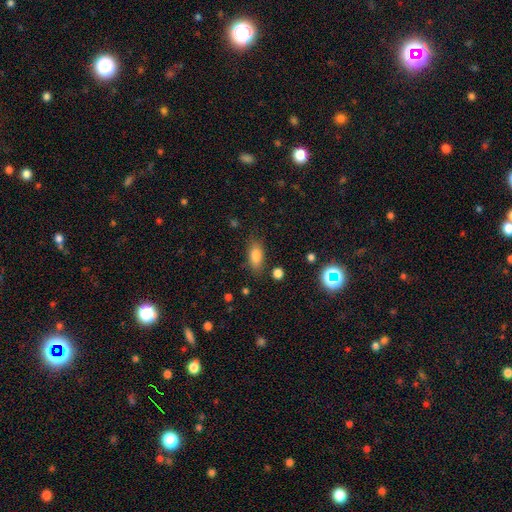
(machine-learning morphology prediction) This appears to be a smooth galaxy with no disk features (80%) that is in between round and cigar-shaped (83%). Merging: none (79%).